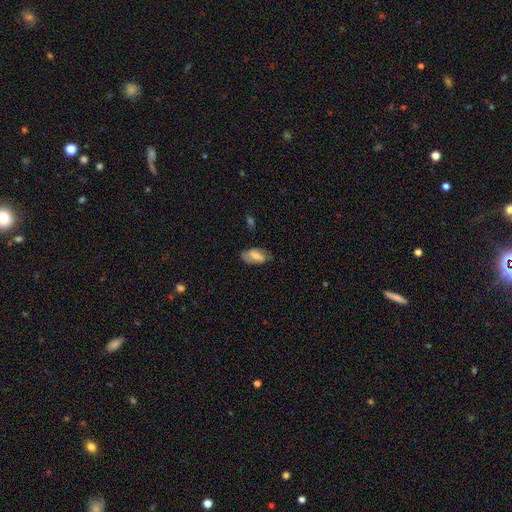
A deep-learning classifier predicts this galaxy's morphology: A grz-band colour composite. It shows a smooth galaxy with no disk features (61%) that is in between round and cigar-shaped (92%). Merging: none (64%).